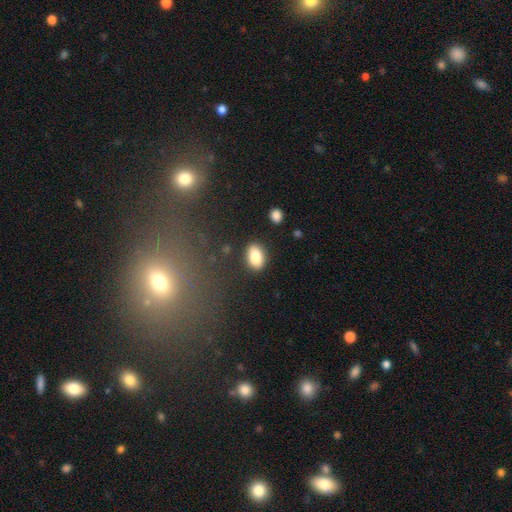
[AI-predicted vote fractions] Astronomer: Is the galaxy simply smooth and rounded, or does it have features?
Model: smooth — 85%.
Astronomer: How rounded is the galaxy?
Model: in between — 89%.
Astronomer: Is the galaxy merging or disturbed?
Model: none — 81%.